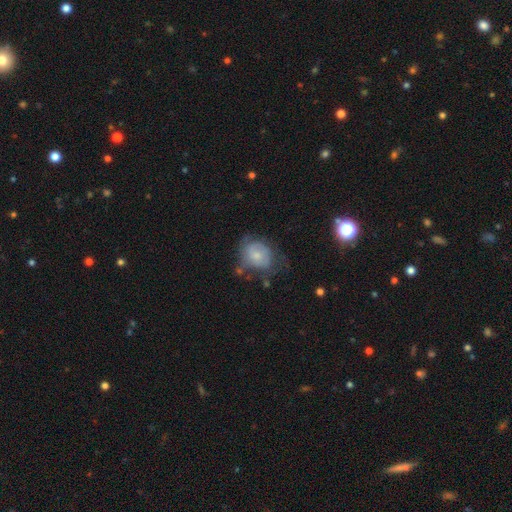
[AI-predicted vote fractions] Q: Smooth or featured?
A: smooth (53%); runner-up: featured or disk (39%)
Q: How rounded?
A: round (53%); runner-up: in between (46%)
Q: Merging?
A: none (40%); runner-up: minor disturbance (32%)